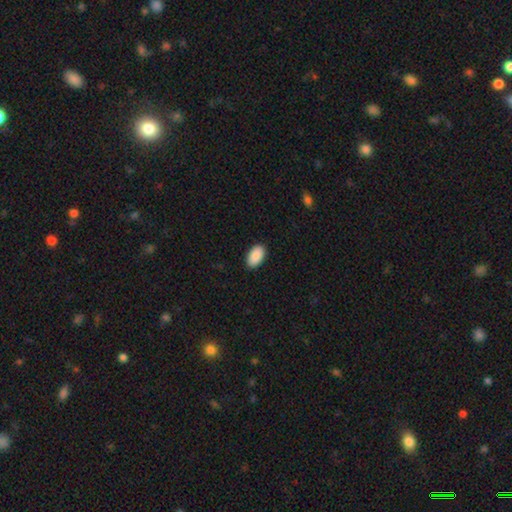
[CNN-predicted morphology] Smooth or featured: smooth — 91% (star or artifact — 6%)
How rounded: in between — 95% (round — 3%)
Merging: none — 90% (minor disturbance — 8%)